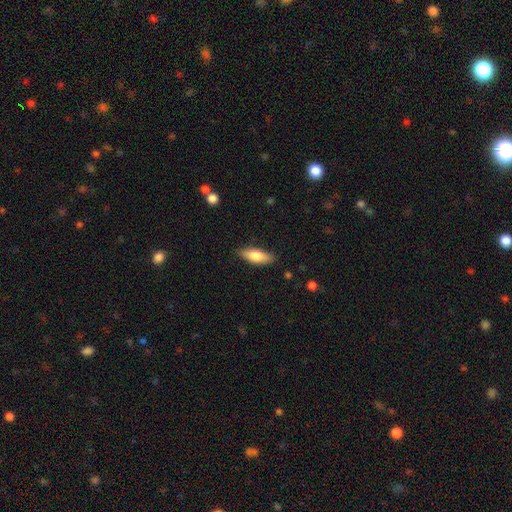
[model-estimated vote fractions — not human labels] The model was most divided on "how rounded": in between: 67%, cigar-shaped: 31%, round: 2%. More confident: merging — none (85%); smooth or featured — smooth (75%).